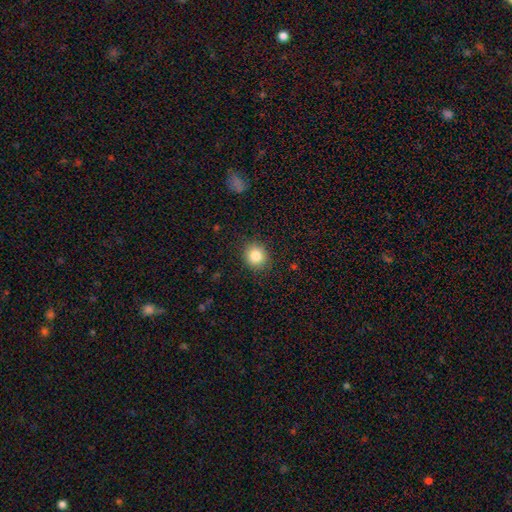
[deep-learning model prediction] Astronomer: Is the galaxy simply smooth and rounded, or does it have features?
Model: smooth — 84%.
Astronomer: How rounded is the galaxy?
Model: round — 82%.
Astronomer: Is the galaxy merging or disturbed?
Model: none — 88%.